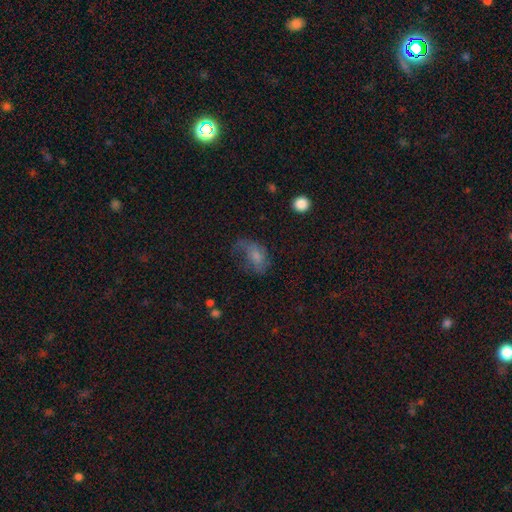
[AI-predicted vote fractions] Overall: smooth (58%; featured or disk 30%). How rounded: in between (84%). Merging: major disturbance (39%; none 32%).